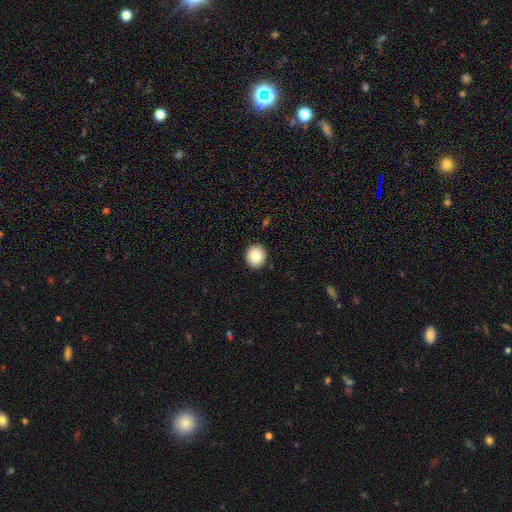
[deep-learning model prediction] Smooth or featured? smooth (83%)
How rounded? round (88%)
Merging? none (91%)